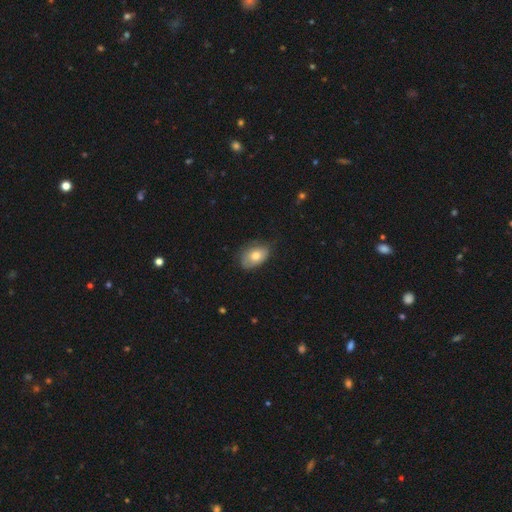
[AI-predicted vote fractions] This appears to be a smooth galaxy with no disk features (74%) that is in between round and cigar-shaped (84%). Merging: none (63%).